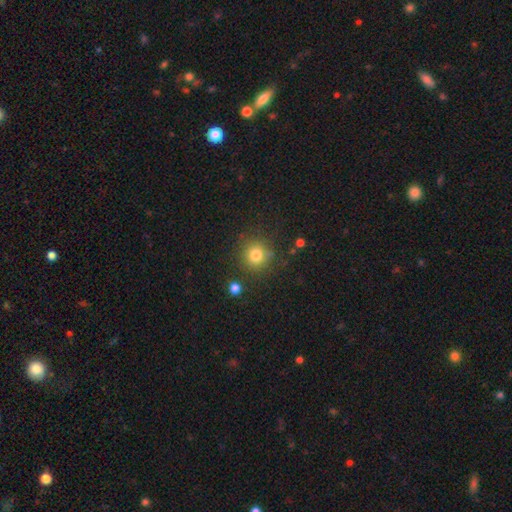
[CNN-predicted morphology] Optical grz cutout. It shows a smooth galaxy with no disk features (80%) that is round (92%). Merging: none (83%).